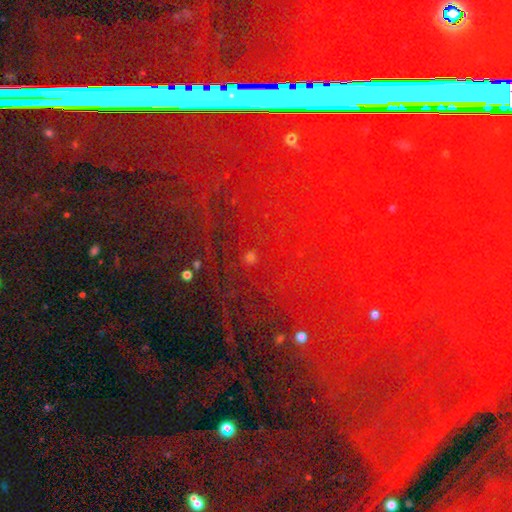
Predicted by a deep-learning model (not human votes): Q: Smooth or featured?
A: star or artifact (85%); runner-up: featured or disk (8%)